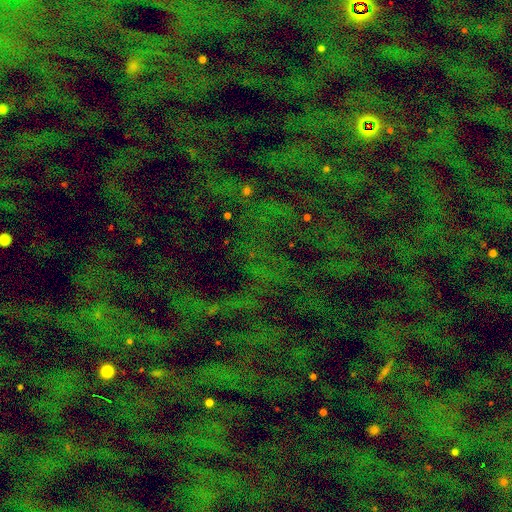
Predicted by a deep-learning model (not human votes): Smooth or featured? Predicted: star or artifact (p=0.73).